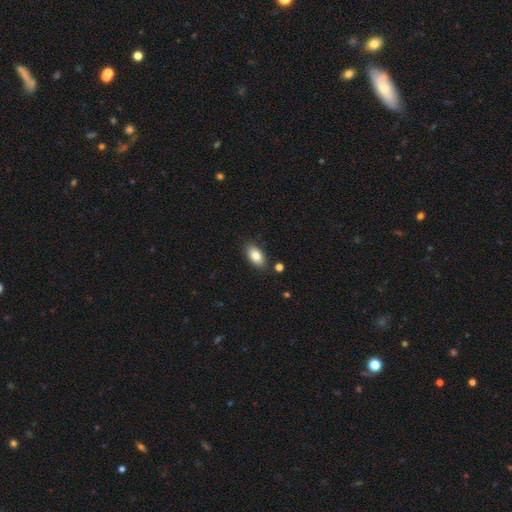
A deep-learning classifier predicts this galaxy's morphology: smooth_or_featured: smooth (p=0.83) [alt: featured or disk p=0.09]
how_rounded: in between (p=0.92) [alt: round p=0.04]
merging: none (p=0.85) [alt: minor disturbance p=0.10]